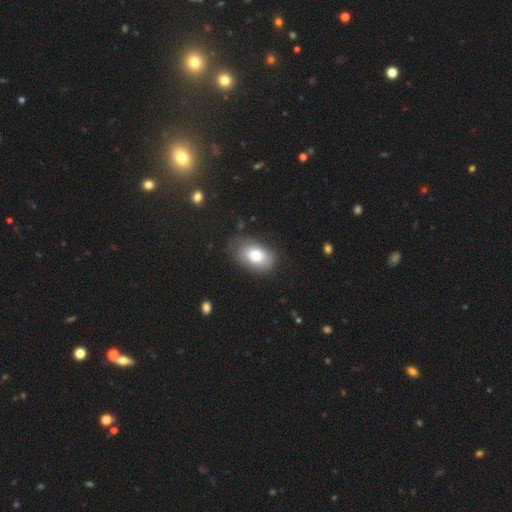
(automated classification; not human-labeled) The model was most divided on "merging": none: 71%, minor disturbance: 20%, major disturbance: 7%, merger: 2%. More confident: how rounded — in between (89%); smooth or featured — smooth (77%).